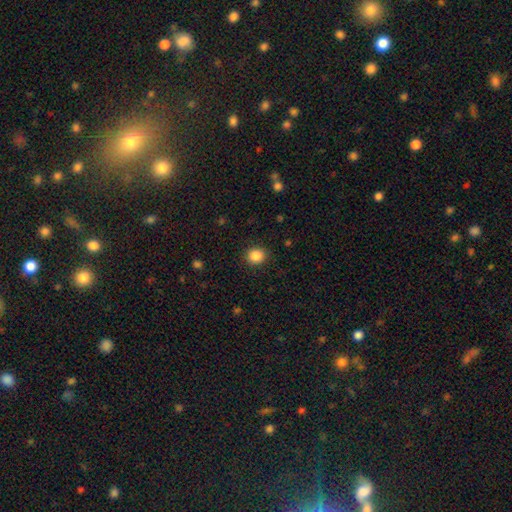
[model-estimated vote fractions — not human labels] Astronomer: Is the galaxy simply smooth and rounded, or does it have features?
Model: smooth — 87%.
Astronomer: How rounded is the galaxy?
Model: round — 79%.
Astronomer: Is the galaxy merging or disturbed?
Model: none — 89%.